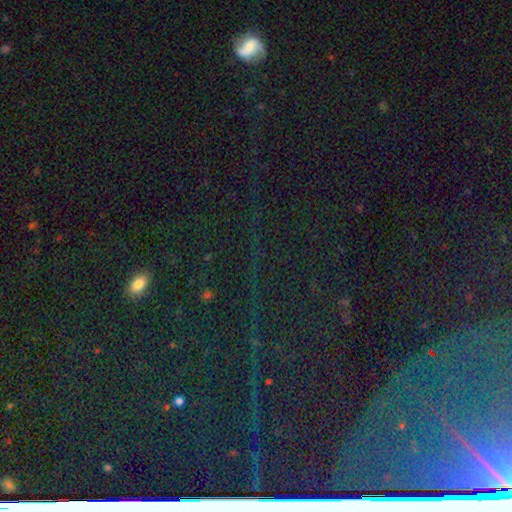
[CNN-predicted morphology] The model was most divided on "smooth or featured": star or artifact: 78%, smooth: 13%, featured or disk: 9%.